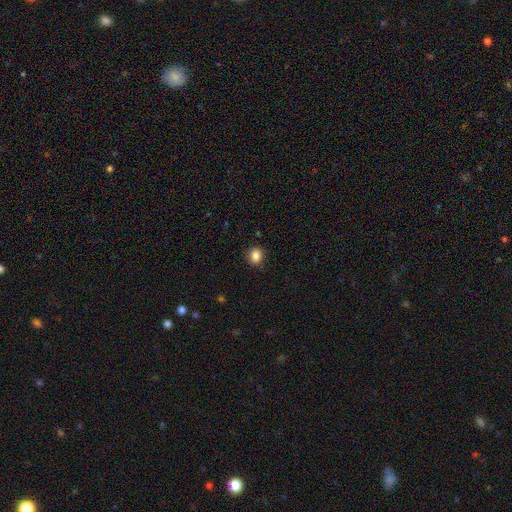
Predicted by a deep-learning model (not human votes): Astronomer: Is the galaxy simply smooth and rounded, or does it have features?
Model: smooth — 86%.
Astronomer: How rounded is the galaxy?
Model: round — 64%.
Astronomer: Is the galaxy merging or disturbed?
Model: none — 86%.